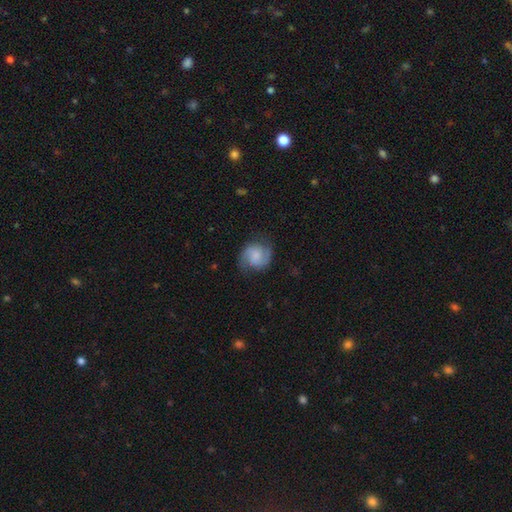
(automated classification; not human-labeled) A featured or disk galaxy (68%) with no bar (61%), 2 (90%) medium (50%) spiral arms (95%) and a small central bulge (34%).

Vote fractions:
- Smooth or featured? featured or disk: 68% / smooth: 25% / star or artifact: 7%
- Edge-on disk? no: 98% / yes: 2%
- Bar? no: 61% / weak: 33% / strong: 6%
- Spiral arms? yes: 95% / no: 5%
- Spiral winding? medium: 50% / tight: 28% / loose: 21%
- Spiral arm count? 2: 90% / can't tell: 4% / 1: 2% / 3: 2% / 4: 1% / more than 4: 1%
- Bulge size? small: 34% / moderate: 28% / none: 27% / large: 9% / dominant: 2%
- Merging? none: 76% / minor disturbance: 17% / major disturbance: 6% / merger: 1%